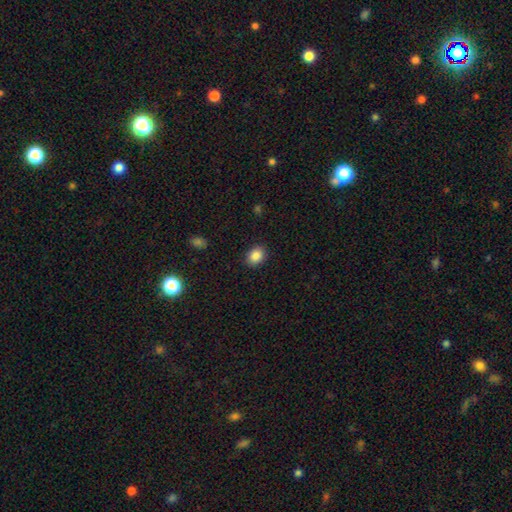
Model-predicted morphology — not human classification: type=smooth (87%); roundness=in between (53%); merging=none (89%).